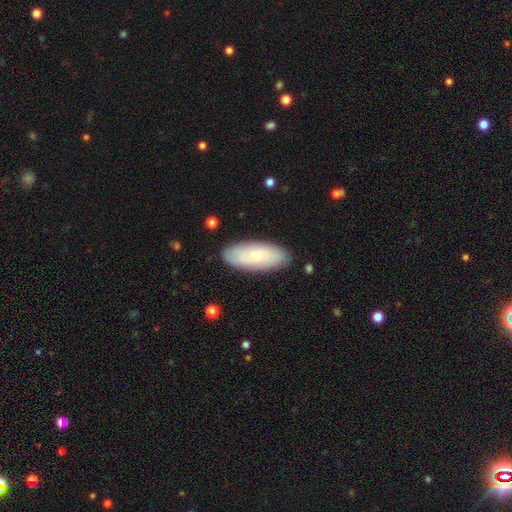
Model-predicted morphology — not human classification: This appears to be a smooth galaxy with no disk features (65%) that is in between round and cigar-shaped (79%). Merging: none (84%).